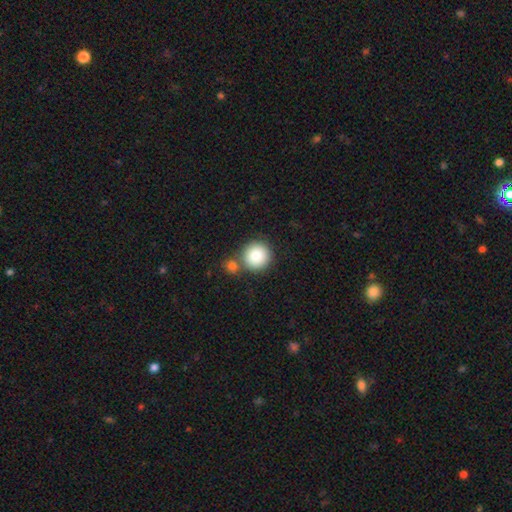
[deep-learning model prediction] smooth-or-featured: smooth: 84% | star or artifact: 8% | featured or disk: 8%
  how-rounded: round: 94% | in between: 5% | cigar-shaped: 1%
  merging: none: 67% | merger: 21% | minor disturbance: 9% | major disturbance: 3%